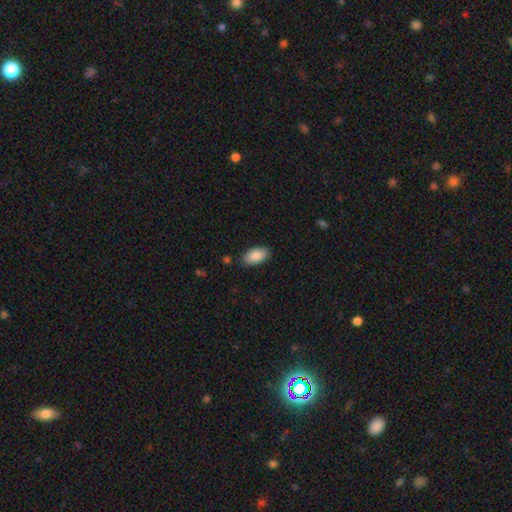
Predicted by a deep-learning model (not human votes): Overall: smooth (88%). How rounded: in between (94%). Merging: none (86%).